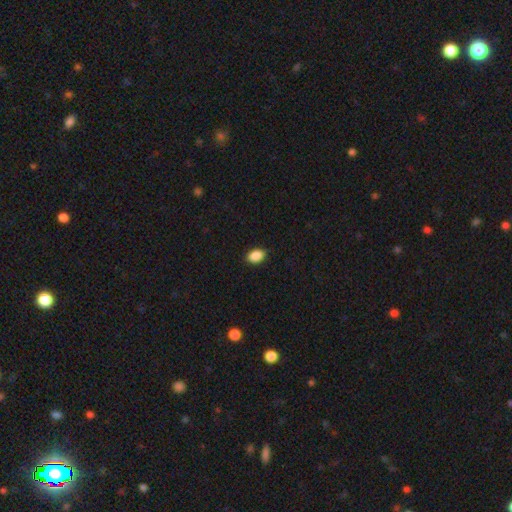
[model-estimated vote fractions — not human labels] This is clearly a smooth galaxy (89%). How rounded: clearly in between (84%). Merging: clearly none (88%).